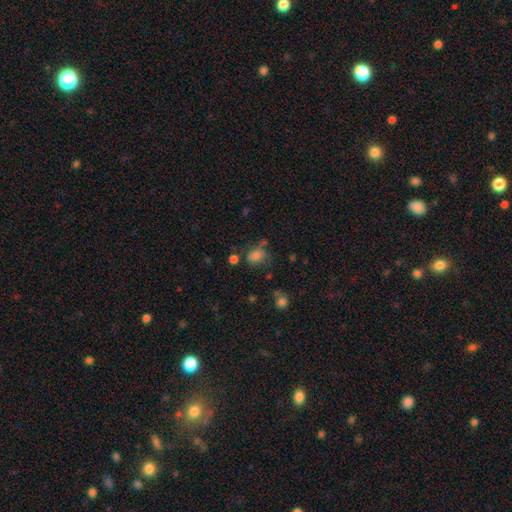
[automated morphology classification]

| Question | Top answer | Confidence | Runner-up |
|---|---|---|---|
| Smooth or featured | smooth | 75% | star or artifact (14%) |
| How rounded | in between | 60% | round (38%) |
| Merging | none | 52% | minor disturbance (24%) |